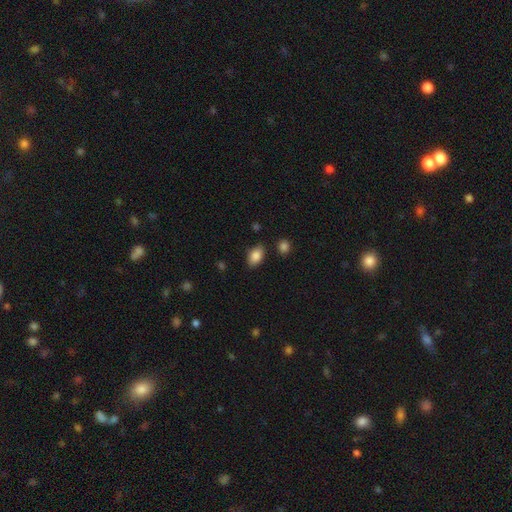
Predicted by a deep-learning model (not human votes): smooth 86%, star or artifact 8%, featured or disk 6%. Down the decision tree: how rounded — in between (89%); merging — none (83%).